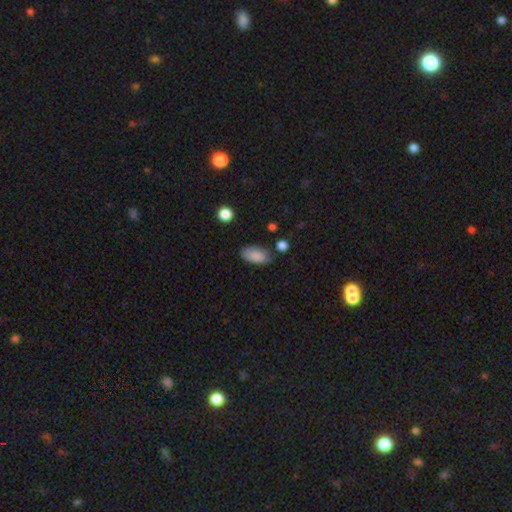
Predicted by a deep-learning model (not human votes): Overall: smooth (87%). How rounded: in between (93%). Merging: none (74%).